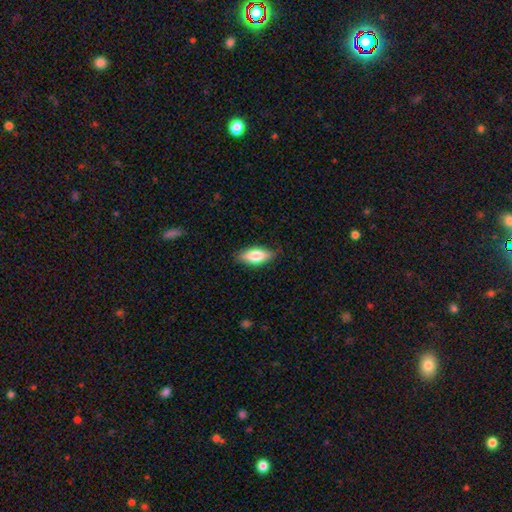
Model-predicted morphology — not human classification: This appears to be a smooth galaxy with no disk features (73%) that is in between round and cigar-shaped (80%). Merging: none (80%).